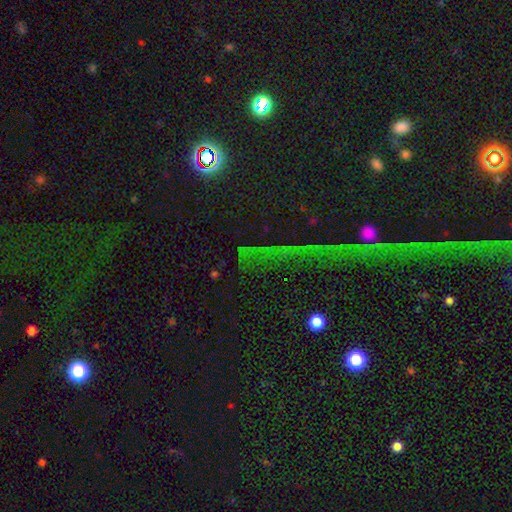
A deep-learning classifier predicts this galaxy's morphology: Overall: star or artifact (76%).